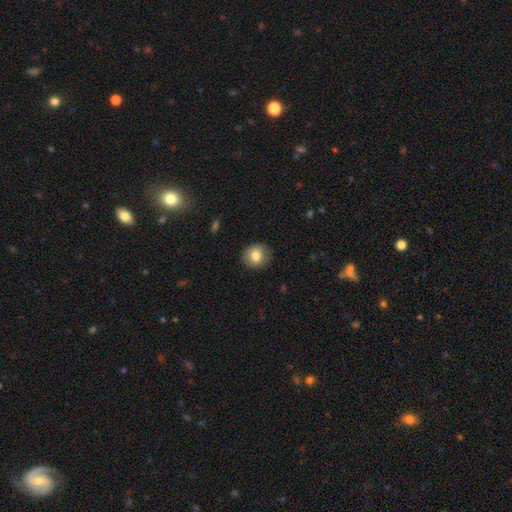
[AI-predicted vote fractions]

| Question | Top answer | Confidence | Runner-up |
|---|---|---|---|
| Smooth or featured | smooth | 79% | featured or disk (13%) |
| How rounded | round | 68% | in between (31%) |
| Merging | none | 85% | minor disturbance (11%) |